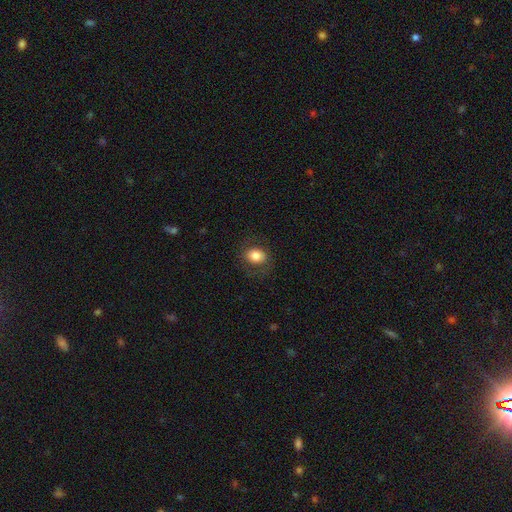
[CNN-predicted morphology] Overall: smooth (78%). How rounded: in between (53%; round 46%). Merging: none (78%).